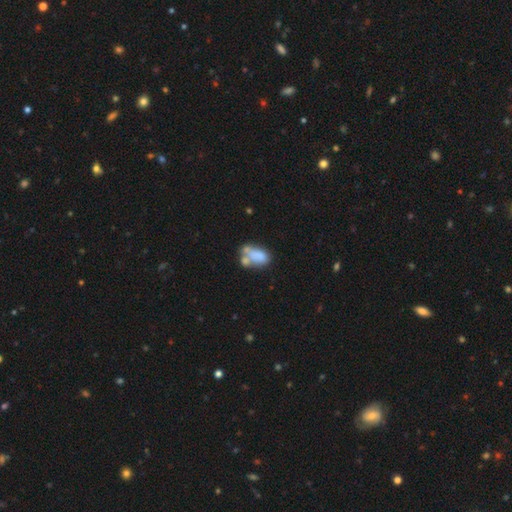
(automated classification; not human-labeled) Smooth or featured? smooth (64%)
How rounded? in between (90%)
Merging? merger (47%)